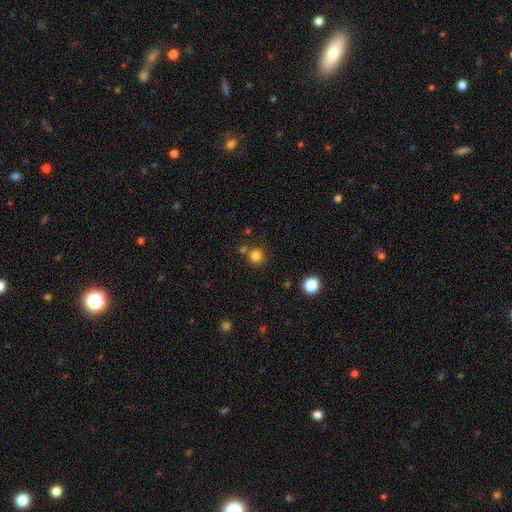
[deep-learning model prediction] This appears to be a smooth galaxy with no disk features (81%) that is round (92%). Merging: none (73%).